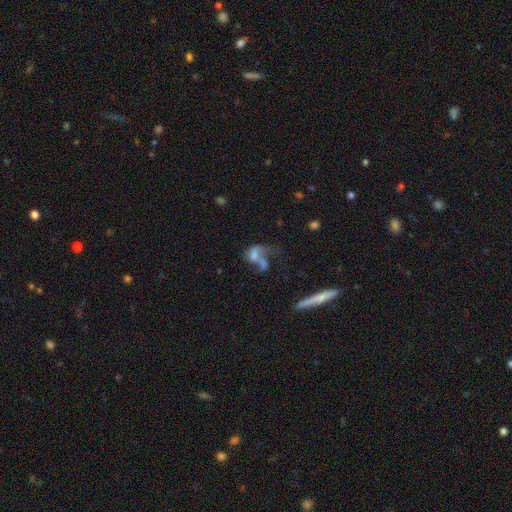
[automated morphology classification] Smooth or featured?
  - featured or disk: 44% *
  - smooth: 42%
  - star or artifact: 14%
Merging?
  - merger: 46% *
  - major disturbance: 27%
  - none: 18%
  - minor disturbance: 9%